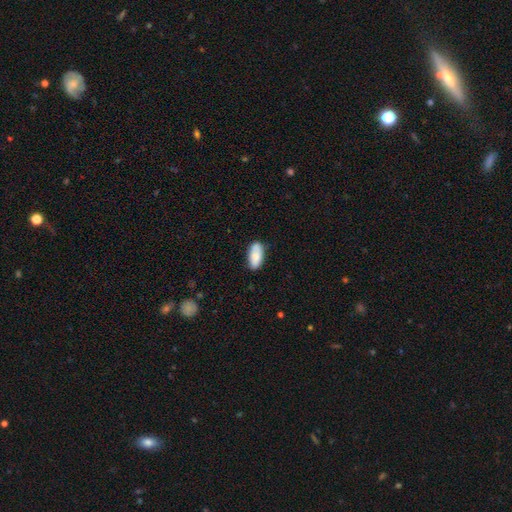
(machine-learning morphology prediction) smooth-or-featured: smooth: 86% | featured or disk: 8% | star or artifact: 6%
  how-rounded: in between: 90% | cigar-shaped: 8% | round: 2%
  merging: none: 80% | minor disturbance: 16% | major disturbance: 3% | merger: 2%